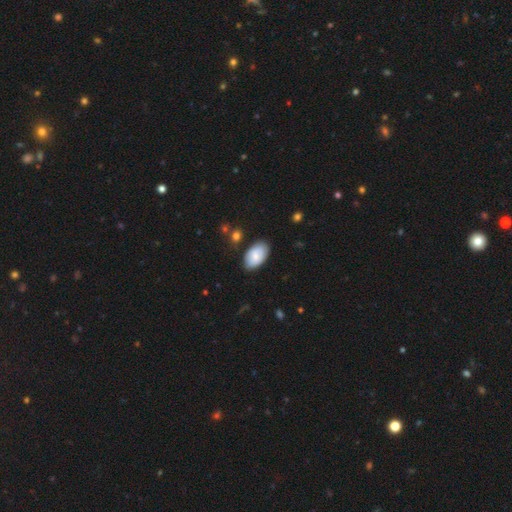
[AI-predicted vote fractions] This appears to be a smooth galaxy with no disk features (74%) that is in between round and cigar-shaped (94%). Merging: none (79%).